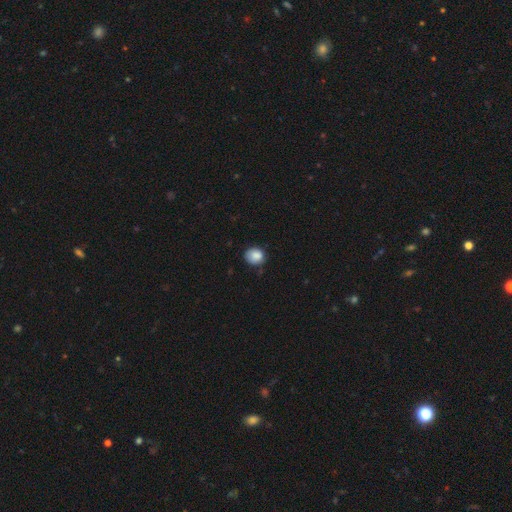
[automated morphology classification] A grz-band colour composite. It shows a smooth galaxy with no disk features (86%) that is round (74%). Merging: none (69%).